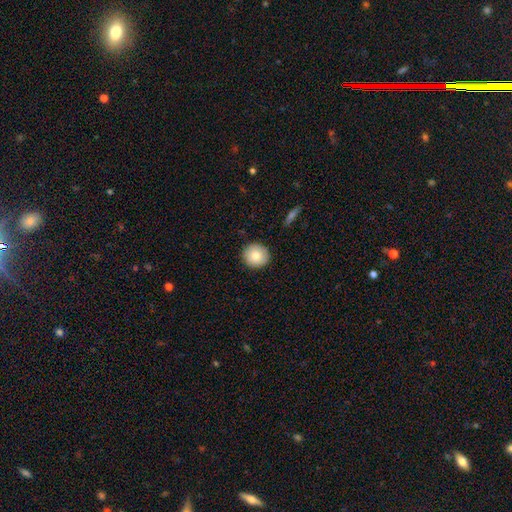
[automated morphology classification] Smooth or featured? Predicted: smooth (p=0.83). How rounded? Predicted: round (p=0.93). Merging? Predicted: none (p=0.91).